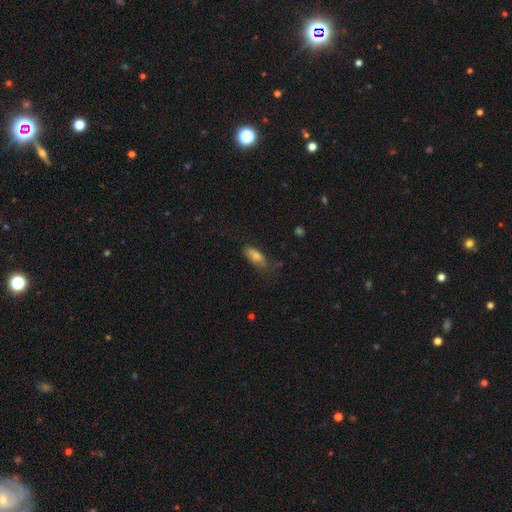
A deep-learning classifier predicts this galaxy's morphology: This appears to be a smooth galaxy with no disk features (76%) that is in between round and cigar-shaped (76%). Merging: none (62%).